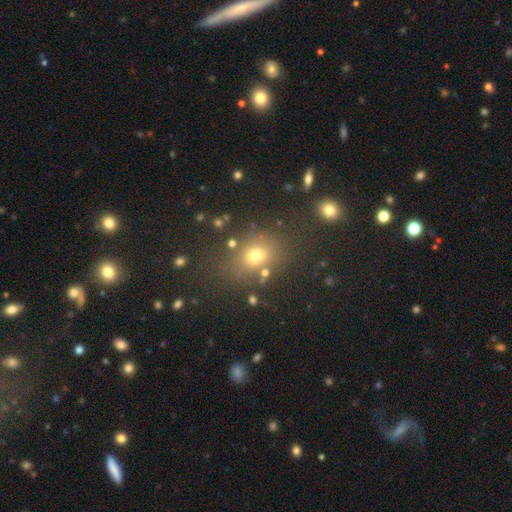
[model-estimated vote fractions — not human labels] smooth 68%, star or artifact 22%, featured or disk 11%. Down the decision tree: how rounded — in between (51%); merging — none (75%).